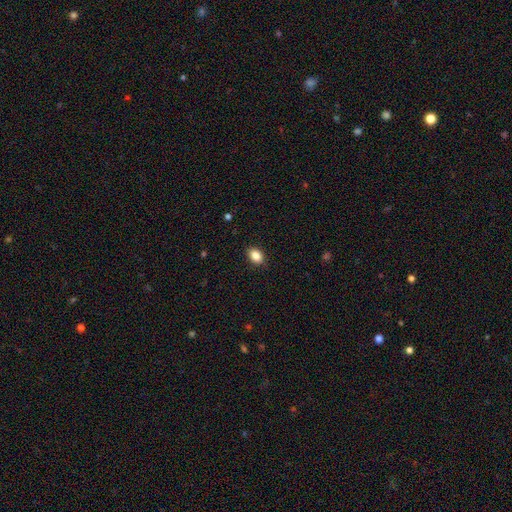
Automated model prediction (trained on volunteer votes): Overall: smooth (87%). How rounded: in between (79%). Merging: none (88%).